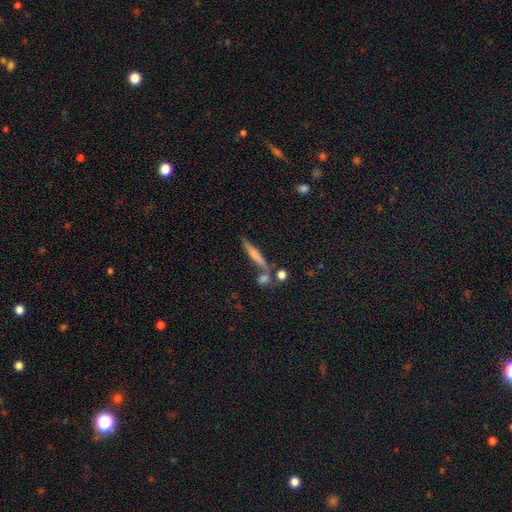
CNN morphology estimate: smooth-or-featured: smooth: 51% | featured or disk: 40% | star or artifact: 9%
  how-rounded: cigar-shaped: 89% | in between: 8% | round: 3%
  merging: none: 64% | merger: 17% | minor disturbance: 14% | major disturbance: 5%